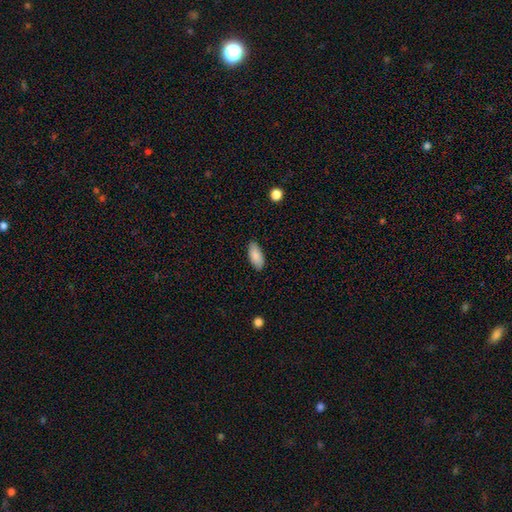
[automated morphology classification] Smooth or featured? Predicted: smooth (p=0.88). How rounded? Predicted: in between (p=0.88). Merging? Predicted: none (p=0.86).